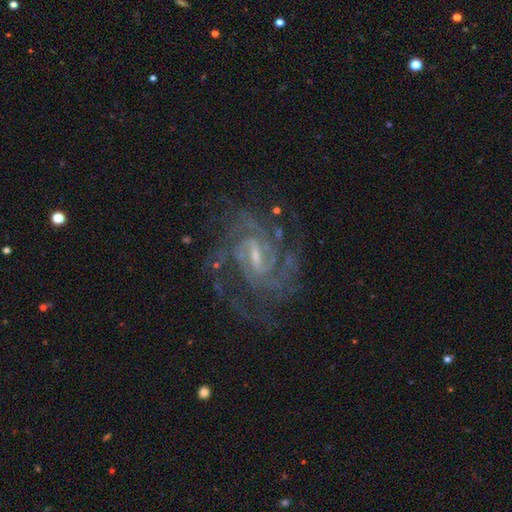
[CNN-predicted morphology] A featured or disk galaxy (91%) with a weak bar (54%), 2 (31%) tight (50%) spiral arms (98%) and a small central bulge (61%).

Vote fractions:
- Smooth or featured? featured or disk: 91% / star or artifact: 6% / smooth: 3%
- Edge-on disk? no: 98% / yes: 2%
- Bar? weak: 54% / strong: 32% / no: 14%
- Spiral arms? yes: 98% / no: 2%
- Spiral winding? tight: 50% / medium: 42% / loose: 8%
- Spiral arm count? 2: 31% / 3: 21% / can't tell: 19% / 4: 16% / more than 4: 7% / 1: 6%
- Bulge size? small: 61% / moderate: 28% / none: 8% / large: 2% / dominant: 1%
- Merging? none: 69% / minor disturbance: 16% / major disturbance: 13% / merger: 2%